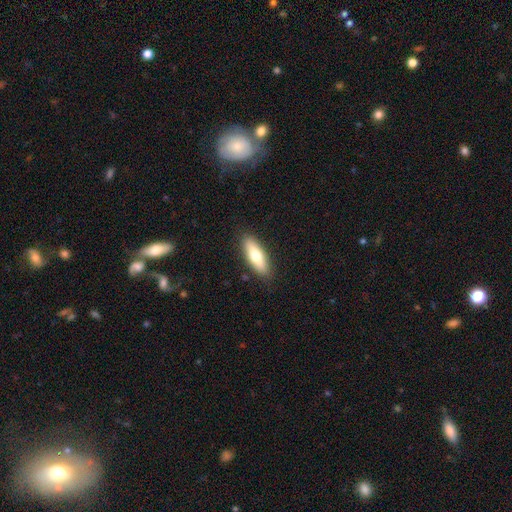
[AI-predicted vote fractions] smooth 68%, featured or disk 27%, star or artifact 6%. Down the decision tree: how rounded — in between (58%); merging — none (88%).